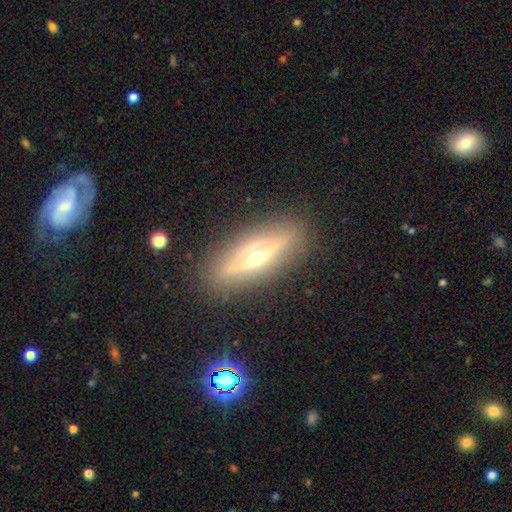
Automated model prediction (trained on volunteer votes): Smooth or featured: featured or disk — 69% (smooth — 23%)
Edge-on disk: yes — 86% (no — 14%)
Edge-on bulge: rounded — 94% (none — 3%)
Merging: none — 86% (minor disturbance — 9%)